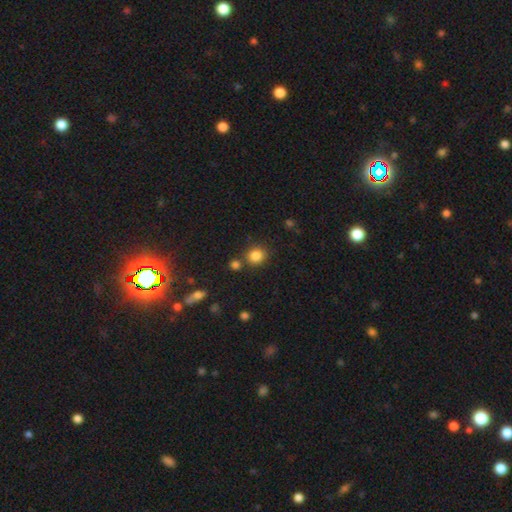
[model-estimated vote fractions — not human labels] A smooth galaxy with no disk features (84%) that is round (82%). Merging: none (74%).